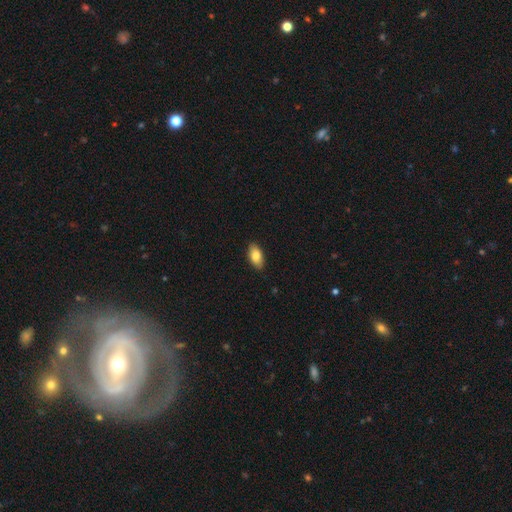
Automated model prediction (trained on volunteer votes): A smooth galaxy with no disk features (83%) that is in between round and cigar-shaped (91%). Merging: none (88%).